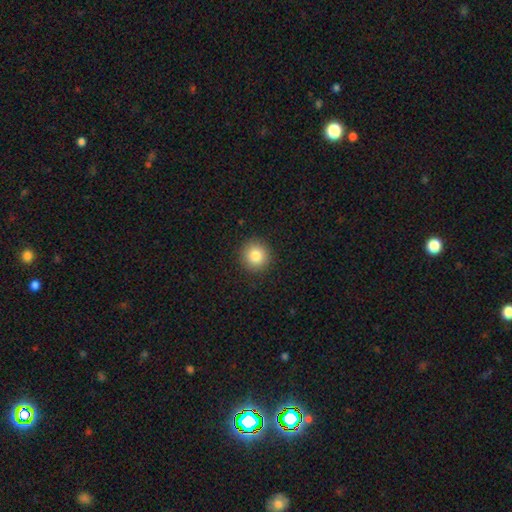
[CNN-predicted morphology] This is clearly a smooth galaxy (84%). How rounded: clearly round (93%). Merging: clearly none (91%).